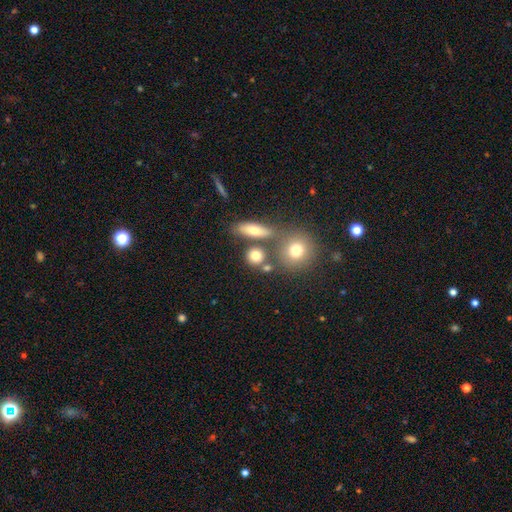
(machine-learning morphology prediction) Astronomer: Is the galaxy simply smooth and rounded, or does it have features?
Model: smooth — 75%.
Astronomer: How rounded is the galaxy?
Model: round — 78%.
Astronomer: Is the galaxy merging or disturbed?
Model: none — 65%.